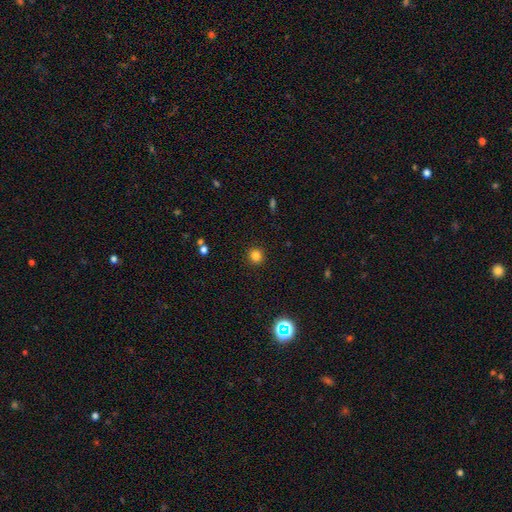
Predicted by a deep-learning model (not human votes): A smooth galaxy with no disk features (82%) that is round (92%). Merging: none (92%).